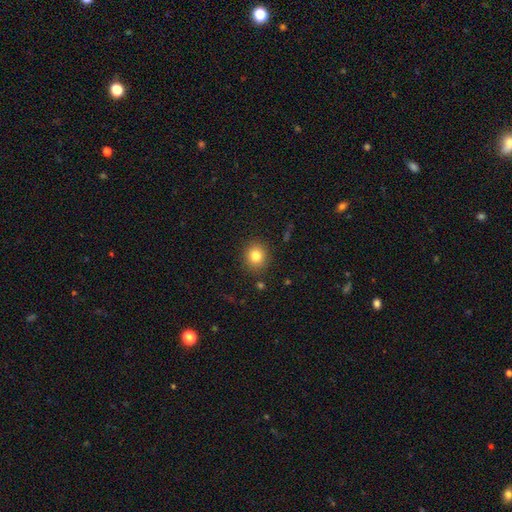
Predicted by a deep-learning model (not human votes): This appears to be a smooth galaxy with no disk features (81%) that is round (81%). Merging: none (88%).